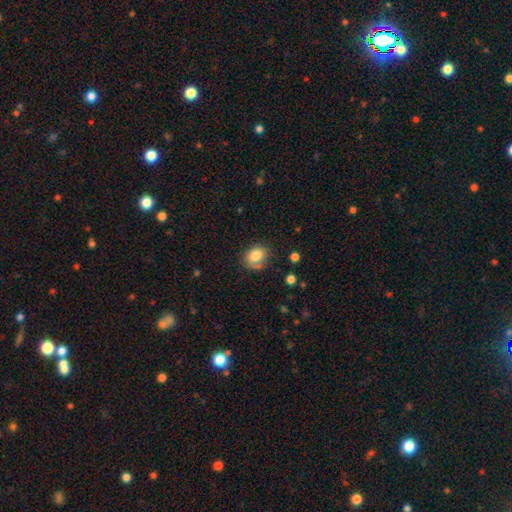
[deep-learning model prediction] Morphology: type=smooth (79%); roundness=in between (56%); merging=none (63%).